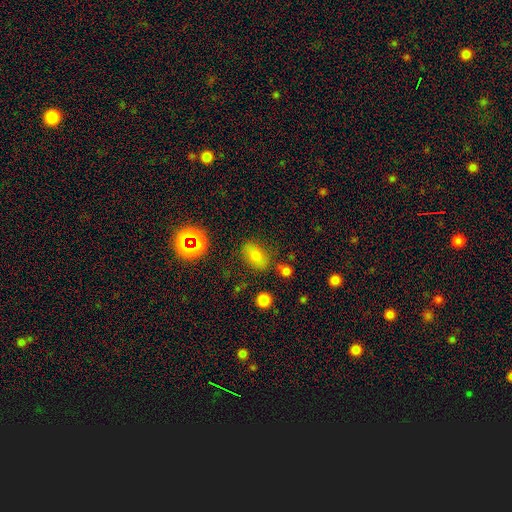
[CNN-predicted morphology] smooth_or_featured: smooth (p=0.70) [alt: star or artifact p=0.17]
how_rounded: in between (p=0.81) [alt: round p=0.16]
merging: none (p=0.75) [alt: minor disturbance p=0.15]